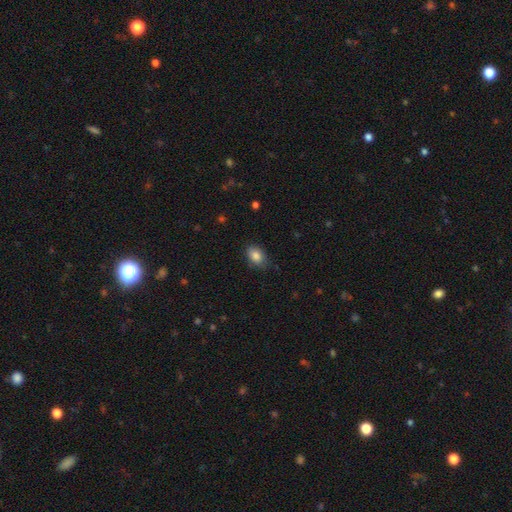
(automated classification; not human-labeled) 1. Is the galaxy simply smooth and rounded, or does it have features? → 86% smooth, 8% star or artifact, 6% featured or disk.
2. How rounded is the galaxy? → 82% in between, 17% round, 1% cigar-shaped.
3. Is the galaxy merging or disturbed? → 81% none, 14% minor disturbance, 3% major disturbance, 1% merger.